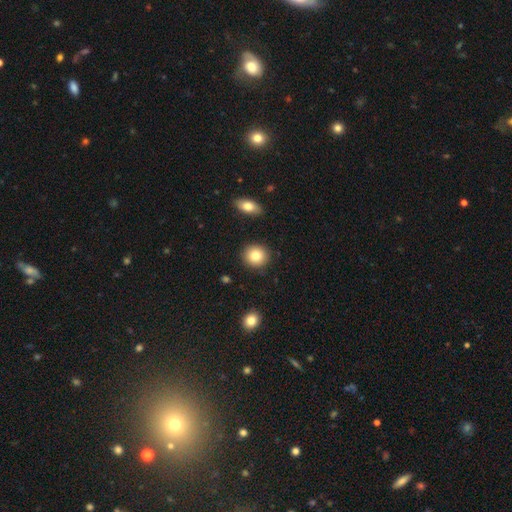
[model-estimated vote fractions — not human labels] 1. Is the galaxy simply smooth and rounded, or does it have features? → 83% smooth, 9% featured or disk, 8% star or artifact.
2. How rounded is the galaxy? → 86% round, 13% in between, 1% cigar-shaped.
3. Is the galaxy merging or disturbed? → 90% none, 6% minor disturbance, 2% major disturbance, 2% merger.